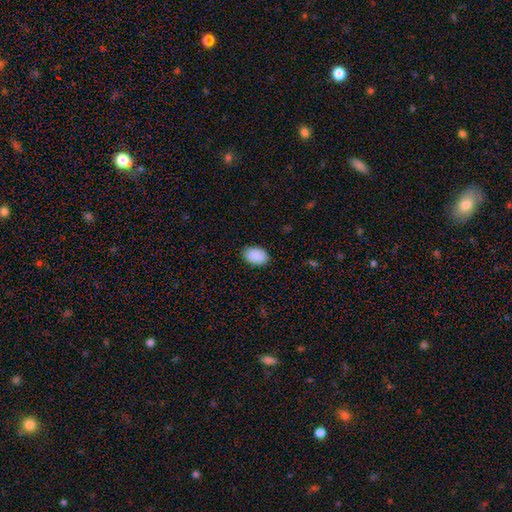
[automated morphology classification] A smooth galaxy with no disk features (91%) that is in between round and cigar-shaped (89%). Merging: none (87%).